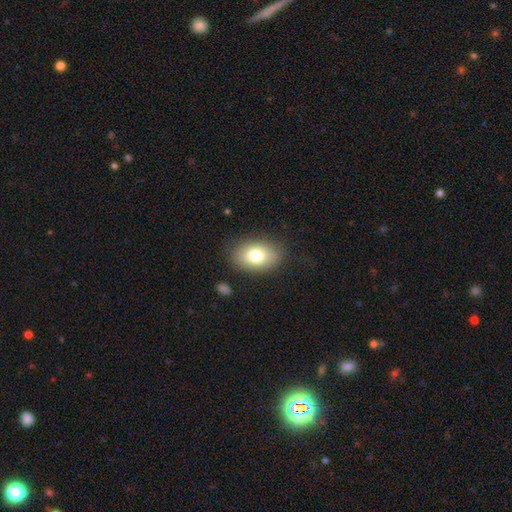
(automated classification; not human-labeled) A smooth galaxy with no disk features (78%) that is in between round and cigar-shaped (85%).

Vote fractions:
- Smooth or featured? smooth: 78% / featured or disk: 13% / star or artifact: 8%
- How rounded? in between: 85% / round: 13% / cigar-shaped: 1%
- Merging? none: 83% / minor disturbance: 11% / major disturbance: 4% / merger: 2%